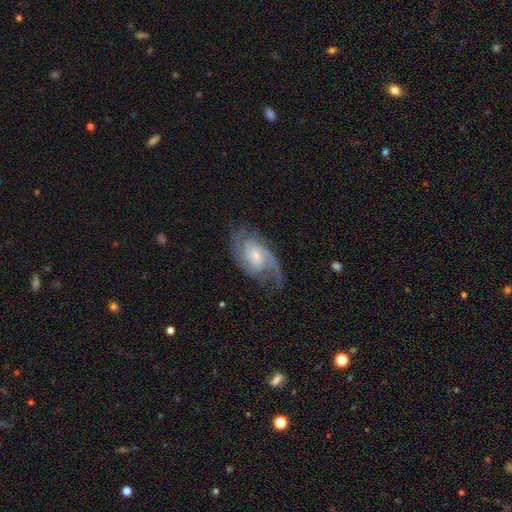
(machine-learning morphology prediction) Smooth or featured? featured or disk (89%)
Edge-on disk? no (97%)
Bar? no (52%)
Spiral arms? yes (98%)
Spiral winding? medium (45%)
Spiral arm count? 2 (44%)
Bulge size? small (69%)
Merging? none (71%)